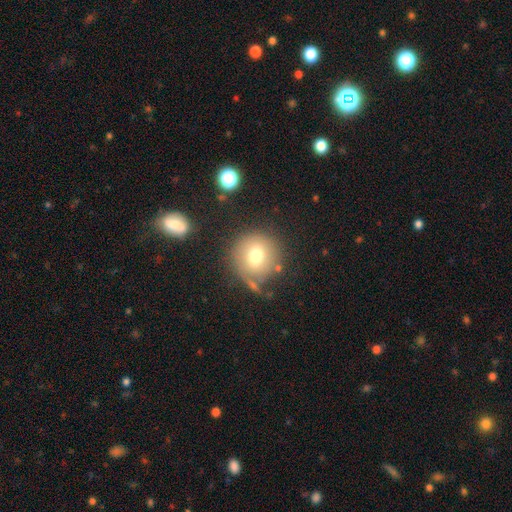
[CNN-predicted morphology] smooth_or_featured: smooth (p=0.73) [alt: featured or disk p=0.15]
how_rounded: round (p=0.93) [alt: in between p=0.06]
merging: none (p=0.73) [alt: minor disturbance p=0.14]